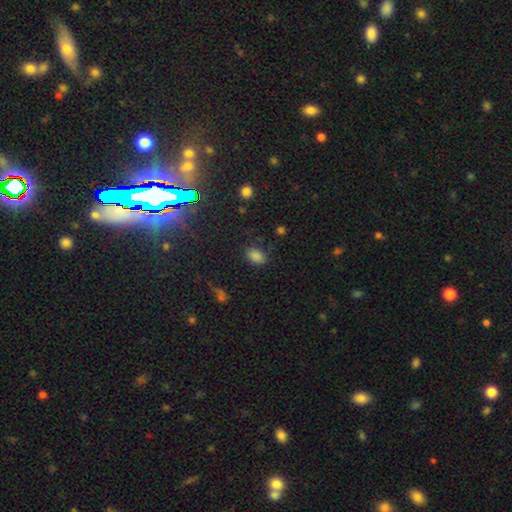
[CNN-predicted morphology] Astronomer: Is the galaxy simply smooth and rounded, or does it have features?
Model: smooth — 81%.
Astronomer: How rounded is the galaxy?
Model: in between — 83%.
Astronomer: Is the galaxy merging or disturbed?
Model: none — 78%.